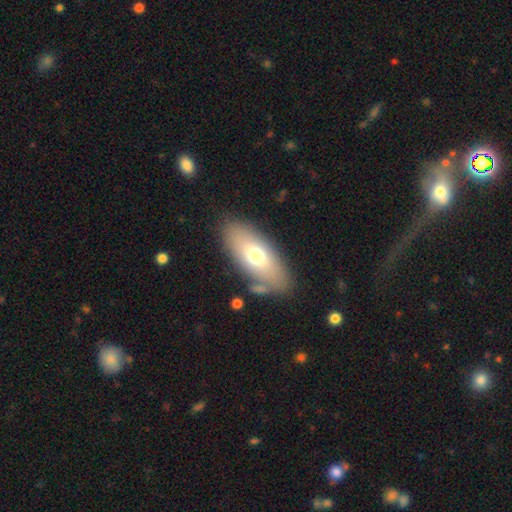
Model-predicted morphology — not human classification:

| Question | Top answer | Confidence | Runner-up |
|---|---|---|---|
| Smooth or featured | smooth | 68% | featured or disk (25%) |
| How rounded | in between | 86% | cigar-shaped (11%) |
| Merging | none | 75% | minor disturbance (13%) |